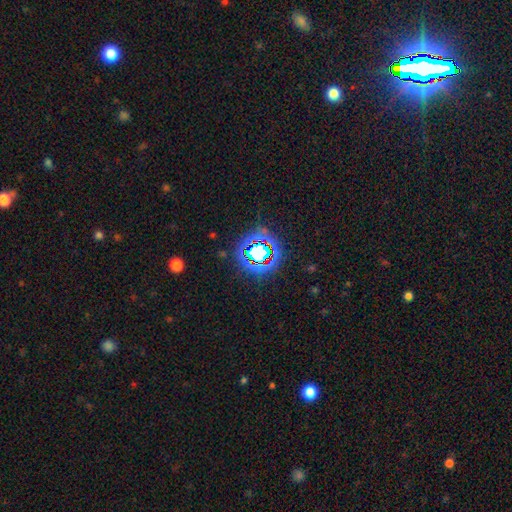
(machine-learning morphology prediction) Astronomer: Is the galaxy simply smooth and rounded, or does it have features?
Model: star or artifact — 78%.